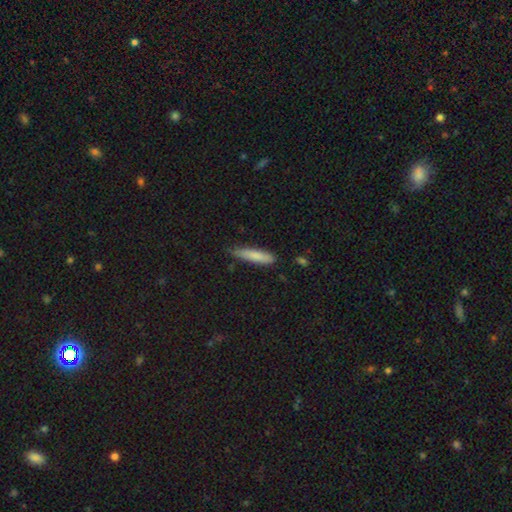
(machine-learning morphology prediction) smooth-or-featured: smooth: 81% | featured or disk: 13% | star or artifact: 6%
  how-rounded: cigar-shaped: 80% | in between: 18% | round: 1%
  merging: none: 69% | minor disturbance: 25% | major disturbance: 3% | merger: 2%